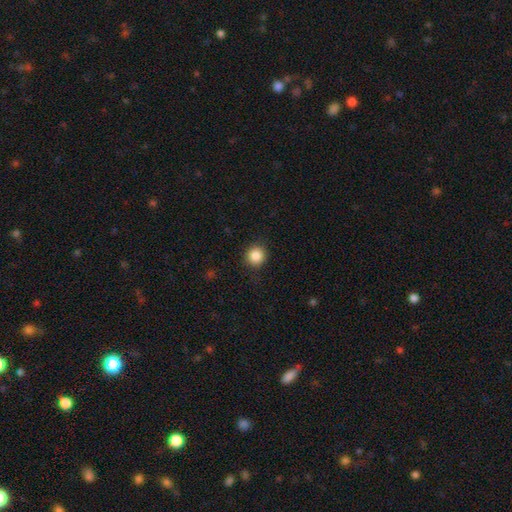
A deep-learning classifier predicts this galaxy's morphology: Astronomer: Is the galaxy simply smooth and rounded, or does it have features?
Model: smooth — 87%.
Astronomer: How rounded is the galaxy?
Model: round — 91%.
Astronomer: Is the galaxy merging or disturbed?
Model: none — 88%.